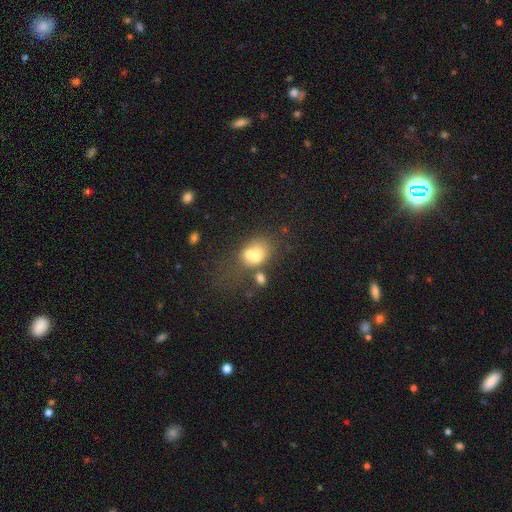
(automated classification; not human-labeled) This appears to be a smooth galaxy with no disk features (59%) that is in between round and cigar-shaped (57%). Merging: merger (53%).